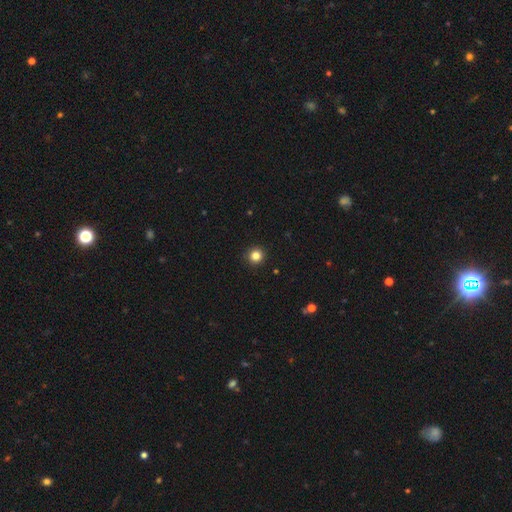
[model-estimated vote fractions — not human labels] A smooth galaxy with no disk features (83%) that is round (95%).

Vote fractions:
- Smooth or featured? smooth: 83% / star or artifact: 13% / featured or disk: 5%
- How rounded? round: 95% / in between: 4% / cigar-shaped: 1%
- Merging? none: 93% / minor disturbance: 4% / major disturbance: 1% / merger: 1%